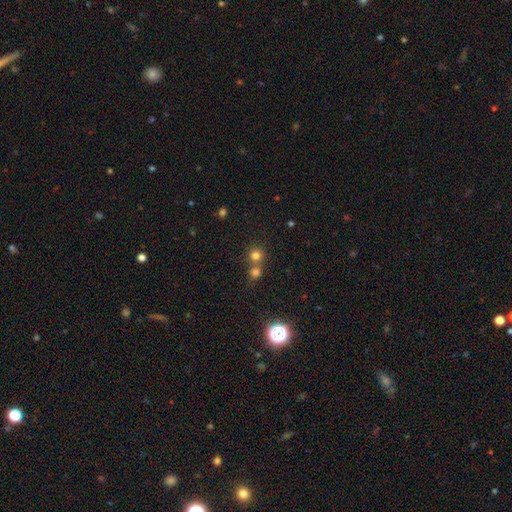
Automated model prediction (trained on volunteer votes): Smooth or featured? Predicted: smooth (p=0.75). How rounded? Predicted: round (p=0.92). Merging? Predicted: none (p=0.57).